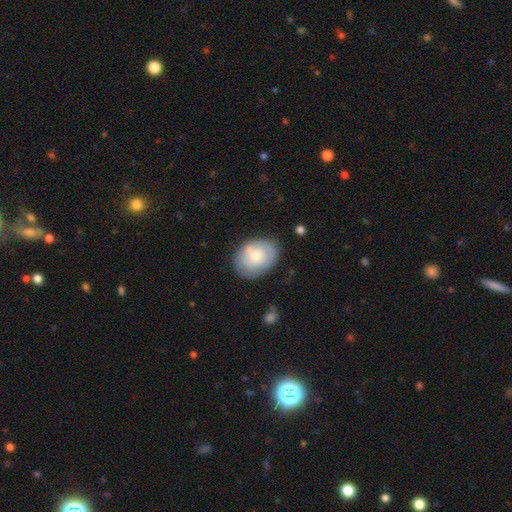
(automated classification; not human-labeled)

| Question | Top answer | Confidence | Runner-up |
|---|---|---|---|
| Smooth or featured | smooth | 68% | featured or disk (25%) |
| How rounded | in between | 61% | round (38%) |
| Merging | none | 70% | minor disturbance (21%) |